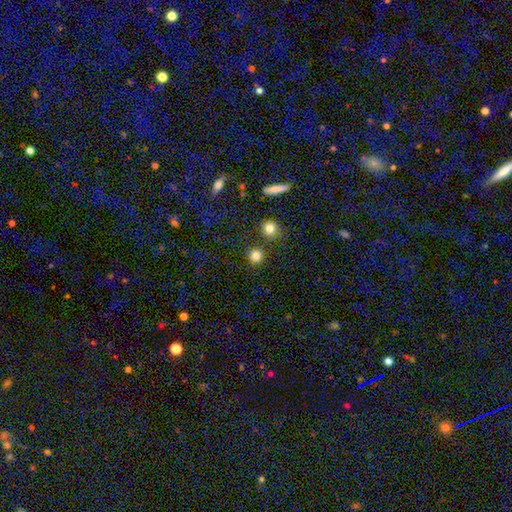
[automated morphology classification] A smooth galaxy with no disk features (83%) that is round (93%). Merging: none (86%).